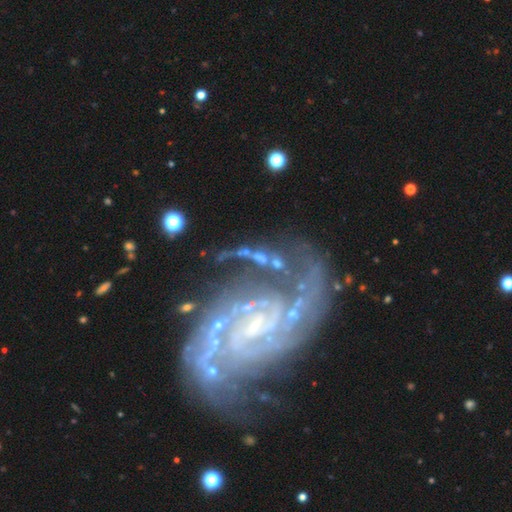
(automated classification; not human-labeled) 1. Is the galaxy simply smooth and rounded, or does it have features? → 89% featured or disk, 7% star or artifact, 4% smooth.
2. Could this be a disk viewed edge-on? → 98% no, 2% yes.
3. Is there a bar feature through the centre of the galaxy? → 42% weak, 38% no, 20% strong.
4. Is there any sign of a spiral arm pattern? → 97% yes, 3% no.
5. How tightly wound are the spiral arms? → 44% tight (tied), 44% medium (tied), 12% loose.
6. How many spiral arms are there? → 55% 2, 14% 3, 12% can't tell, 7% 4, 6% more than 4, 6% 1.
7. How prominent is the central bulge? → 71% small, 17% none, 10% moderate, 2% large, 1% dominant.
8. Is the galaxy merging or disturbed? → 58% none, 19% minor disturbance, 15% major disturbance, 7% merger.